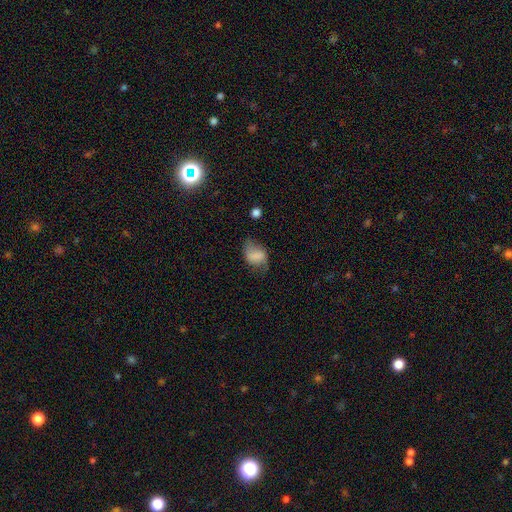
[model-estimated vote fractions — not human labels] smooth 60%, featured or disk 30%, star or artifact 10%. Down the decision tree: how rounded — in between (76%); merging — none (45%).